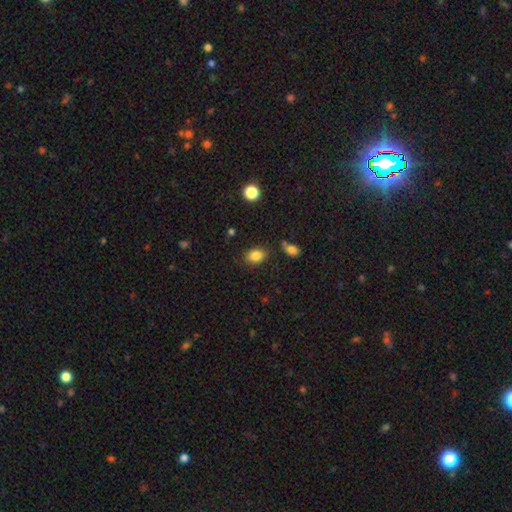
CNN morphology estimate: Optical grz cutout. It shows a smooth galaxy with no disk features (84%) that is in between round and cigar-shaped (77%). Merging: none (80%).